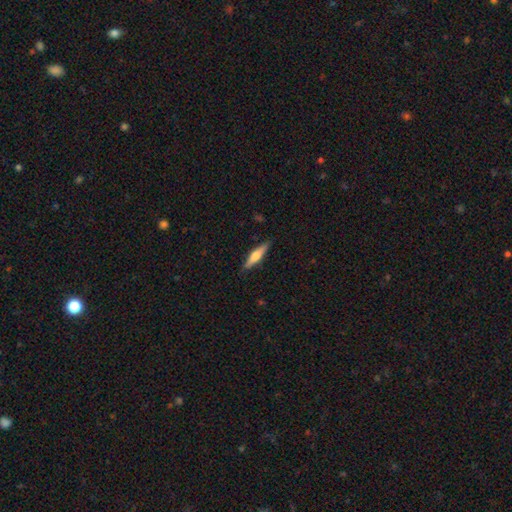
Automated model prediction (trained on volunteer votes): A smooth galaxy with no disk features (54%) that is cigar-shaped (80%). Merging: none (88%).